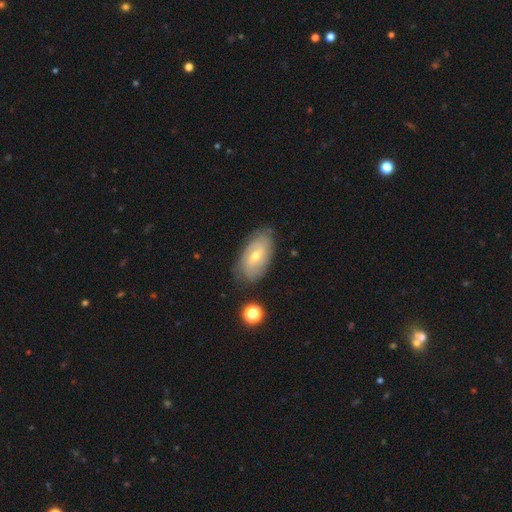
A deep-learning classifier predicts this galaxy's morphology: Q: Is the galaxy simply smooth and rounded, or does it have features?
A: featured or disk — 64%.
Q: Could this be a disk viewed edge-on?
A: no — 92%.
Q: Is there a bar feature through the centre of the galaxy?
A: weak — 48%.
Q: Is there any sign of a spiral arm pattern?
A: yes — 82%.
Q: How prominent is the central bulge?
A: moderate — 51%.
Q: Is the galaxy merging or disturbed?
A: none — 79%.